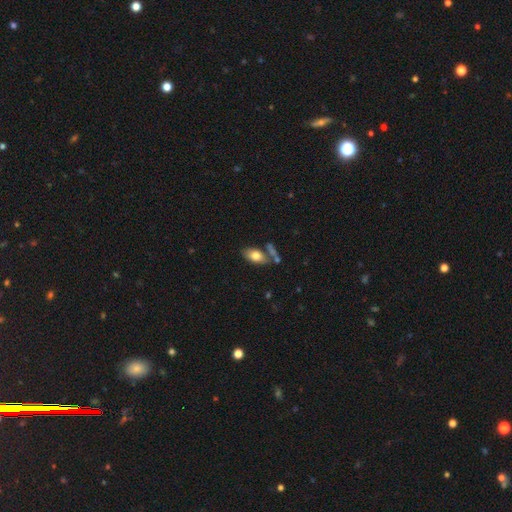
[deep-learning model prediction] The model was most divided on "merging": none: 62%, merger: 18%, minor disturbance: 15%, major disturbance: 5%. More confident: how rounded — in between (91%); smooth or featured — smooth (74%).